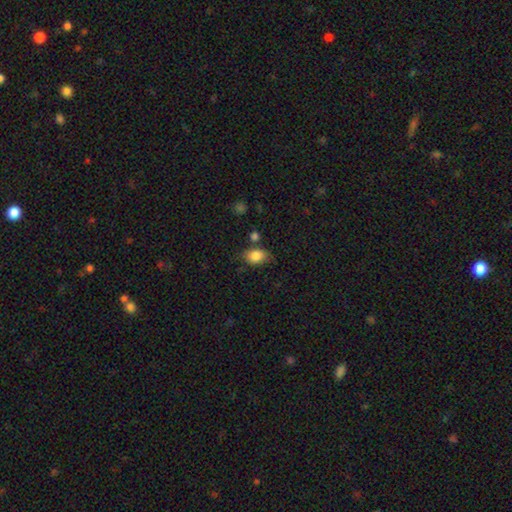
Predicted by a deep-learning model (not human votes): smooth 85%, star or artifact 8%, featured or disk 7%. Down the decision tree: how rounded — in between (77%); merging — none (67%).